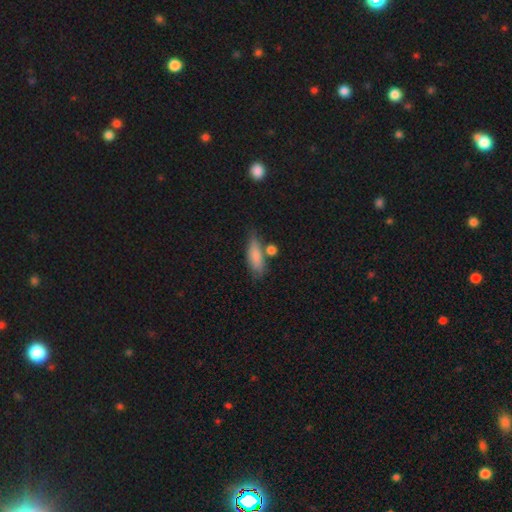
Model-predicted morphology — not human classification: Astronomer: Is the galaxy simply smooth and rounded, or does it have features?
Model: smooth — 80%.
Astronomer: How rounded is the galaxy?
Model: in between — 54% (runner-up: cigar-shaped, 42%).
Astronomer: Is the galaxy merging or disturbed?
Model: none — 59%.